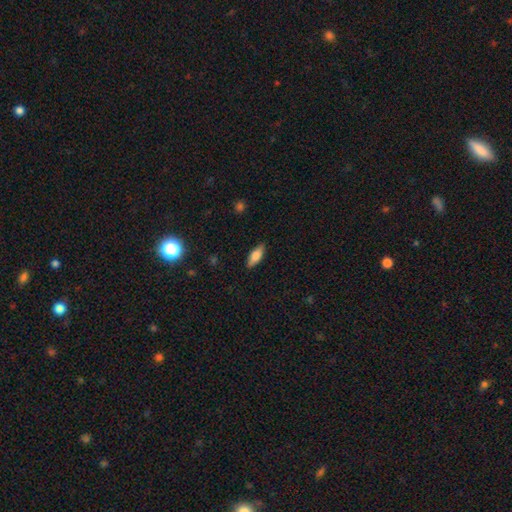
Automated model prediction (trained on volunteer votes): Morphology: type=smooth (76%); roundness=in between (72%); merging=none (87%).